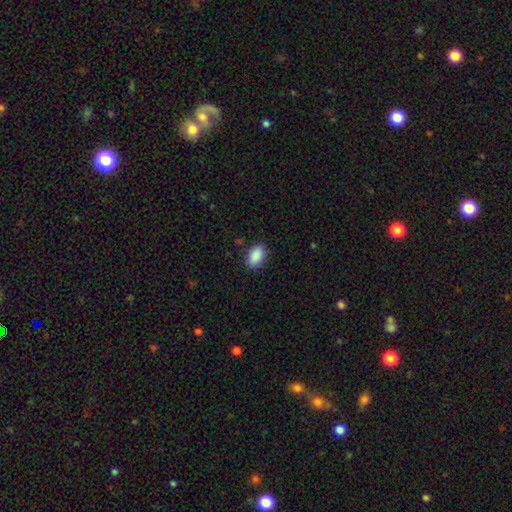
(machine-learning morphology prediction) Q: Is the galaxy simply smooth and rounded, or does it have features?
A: smooth — 90%.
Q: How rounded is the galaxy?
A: in between — 90%.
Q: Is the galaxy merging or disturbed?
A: none — 84%.